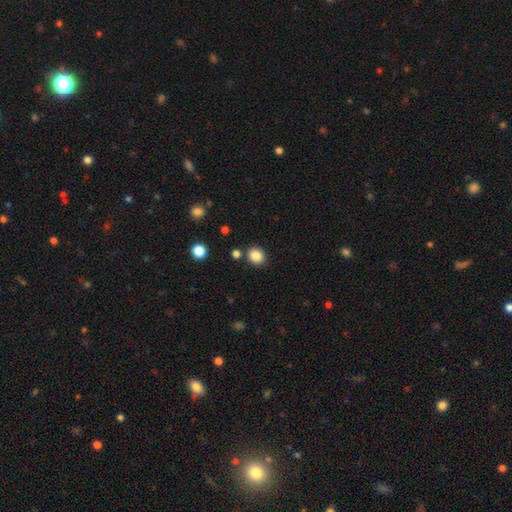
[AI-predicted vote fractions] The model was most divided on "how rounded": round: 70%, in between: 29%, cigar-shaped: 1%. More confident: smooth or featured — smooth (86%); merging — none (85%).